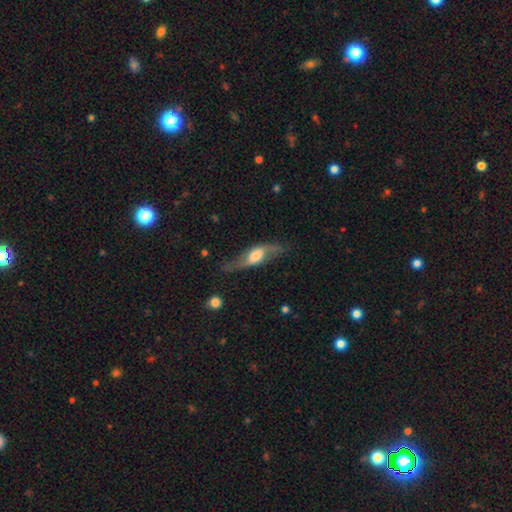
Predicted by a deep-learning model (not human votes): Smooth or featured? featured or disk (64%)
Edge-on disk? no (66%)
Merging? none (60%)